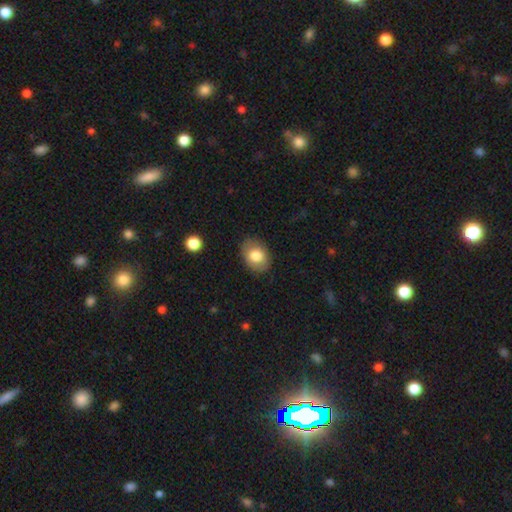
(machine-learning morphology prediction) smooth 79%, featured or disk 13%, star or artifact 7%. Down the decision tree: how rounded — in between (71%); merging — none (84%).